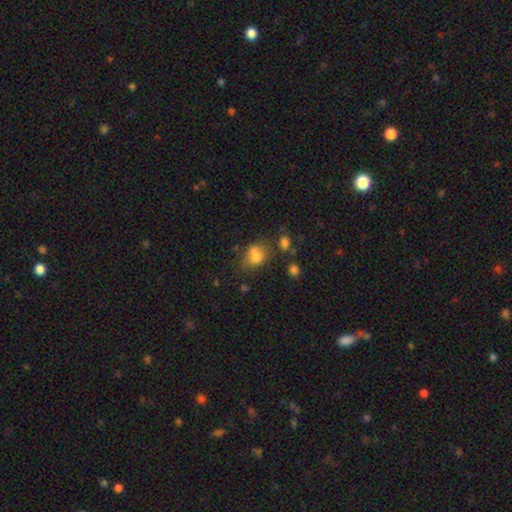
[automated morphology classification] The model was most divided on "how rounded": in between: 50%, round: 48%, cigar-shaped: 1%. Remaining: smooth or featured — smooth (75%); merging — none (43%).